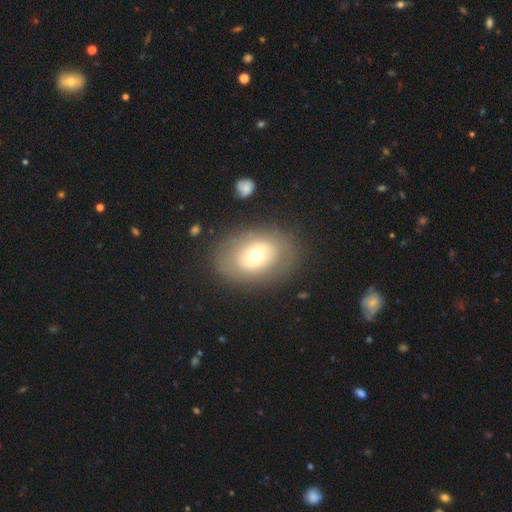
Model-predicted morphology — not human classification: Smooth or featured?
  - smooth: 47% *
  - featured or disk: 45%
  - star or artifact: 8%
Merging?
  - none: 78% *
  - minor disturbance: 13%
  - major disturbance: 7%
  - merger: 2%